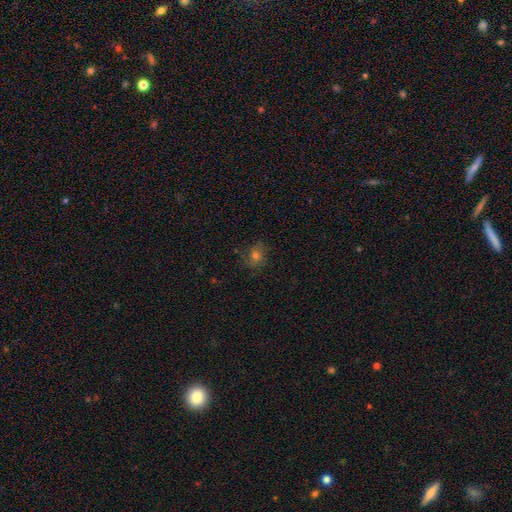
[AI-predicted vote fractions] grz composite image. It shows a smooth galaxy with no disk features (63%) that is round (64%). Merging: none (72%).